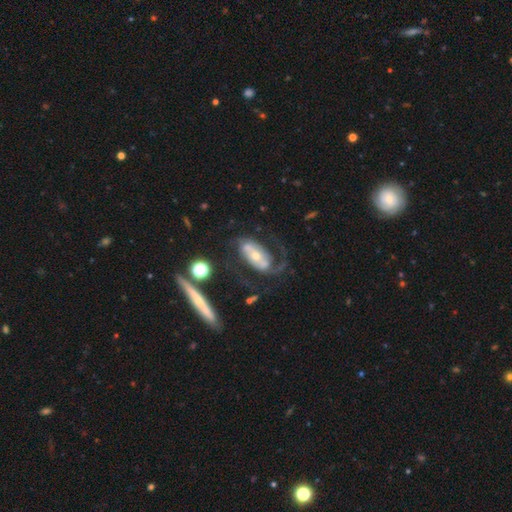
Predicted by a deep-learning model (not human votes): Smooth or featured: featured or disk — 80% (smooth — 14%)
Edge-on disk: no — 93% (yes — 7%)
Bar: strong — 39% (no — 33%)
Spiral arms: yes — 88% (no — 12%)
Spiral winding: medium — 44% (loose — 39%)
Spiral arm count: 2 — 78% (1 — 11%)
Bulge size: small — 52% (moderate — 40%)
Merging: none — 49% (major disturbance — 30%)